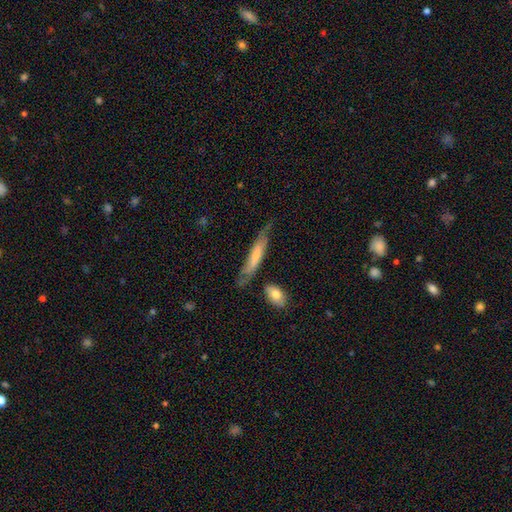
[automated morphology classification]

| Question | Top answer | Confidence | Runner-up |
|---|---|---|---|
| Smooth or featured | smooth | 48% | featured or disk (46%) |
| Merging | none | 53% | minor disturbance (28%) |